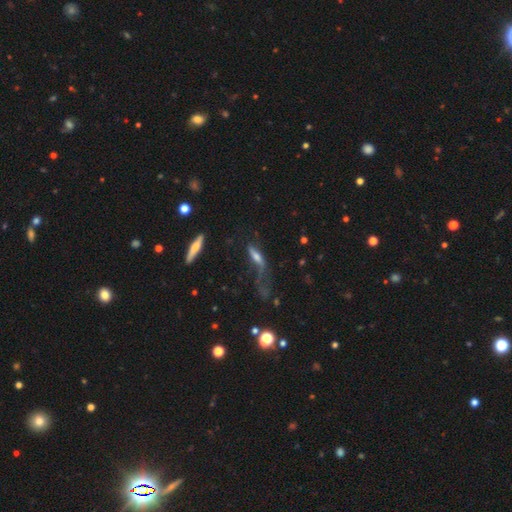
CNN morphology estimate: Overall: smooth (48%; featured or disk 42%). Merging: major disturbance (49%; none 24%).